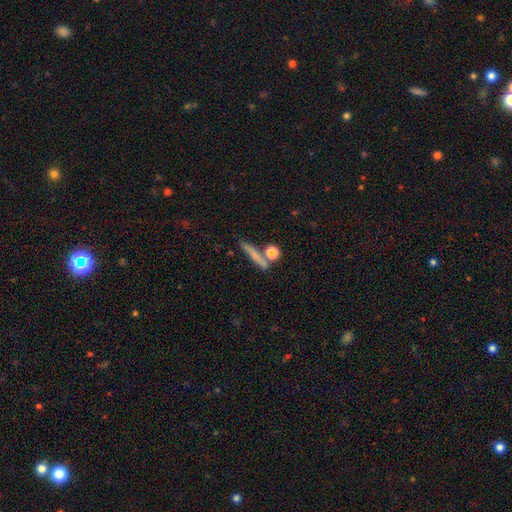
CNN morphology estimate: Q: Smooth or featured?
A: smooth (63%); runner-up: featured or disk (26%)
Q: How rounded?
A: cigar-shaped (74%); runner-up: round (15%)
Q: Merging?
A: none (70%); runner-up: merger (14%)